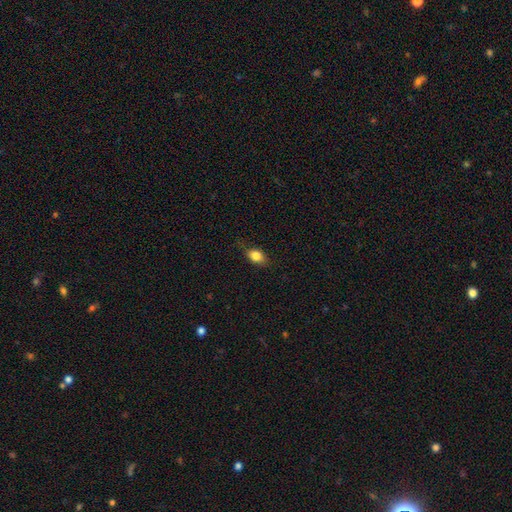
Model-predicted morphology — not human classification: smooth 82%, featured or disk 9%, star or artifact 9%. Down the decision tree: how rounded — in between (74%); merging — none (75%).